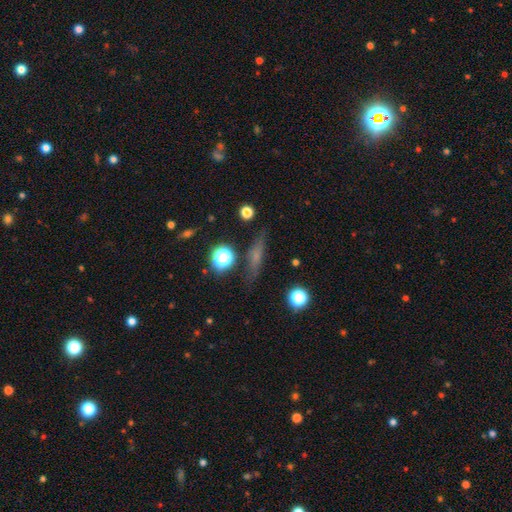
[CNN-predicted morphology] Smooth or featured? smooth (47%)
Merging? none (81%)